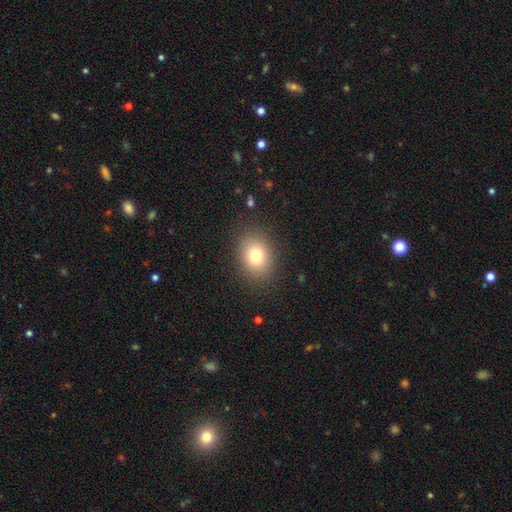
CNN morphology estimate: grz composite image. It shows a smooth galaxy with no disk features (79%) that is in between round and cigar-shaped (58%). Merging: none (86%).